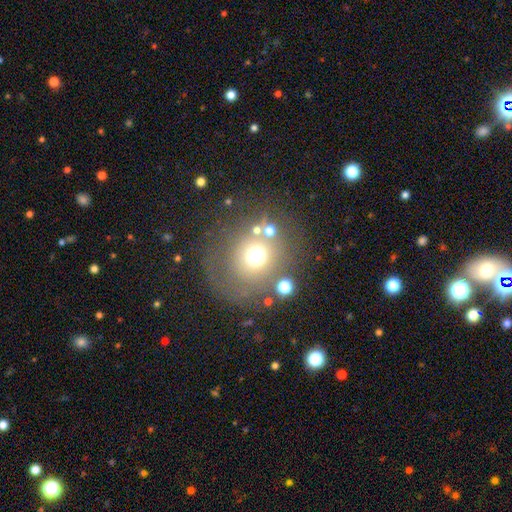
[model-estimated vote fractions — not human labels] smooth 62%, star or artifact 21%, featured or disk 17%. Down the decision tree: how rounded — round (86%); merging — none (63%).